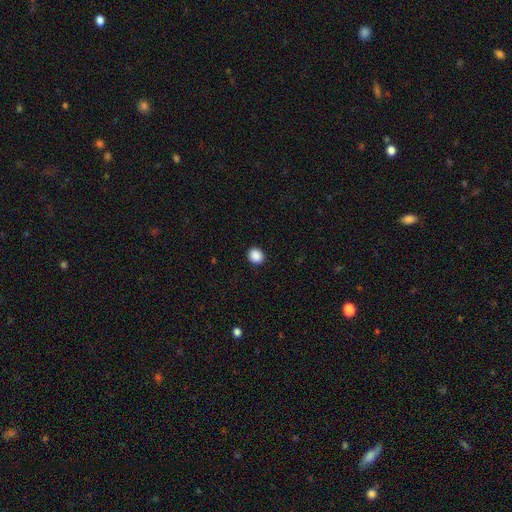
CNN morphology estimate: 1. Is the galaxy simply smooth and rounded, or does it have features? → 89% smooth, 9% star or artifact, 2% featured or disk.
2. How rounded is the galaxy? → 80% round, 19% in between, 1% cigar-shaped.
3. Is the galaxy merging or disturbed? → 92% none, 5% minor disturbance, 2% major disturbance, 1% merger.